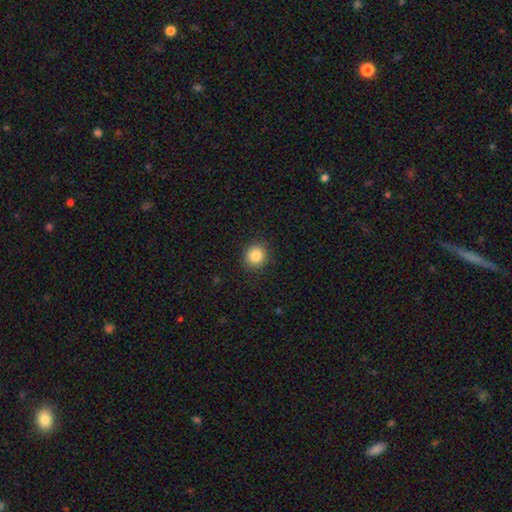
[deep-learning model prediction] smooth_or_featured: smooth (p=0.85) [alt: star or artifact p=0.10]
how_rounded: round (p=0.89) [alt: in between p=0.10]
merging: none (p=0.91) [alt: minor disturbance p=0.06]